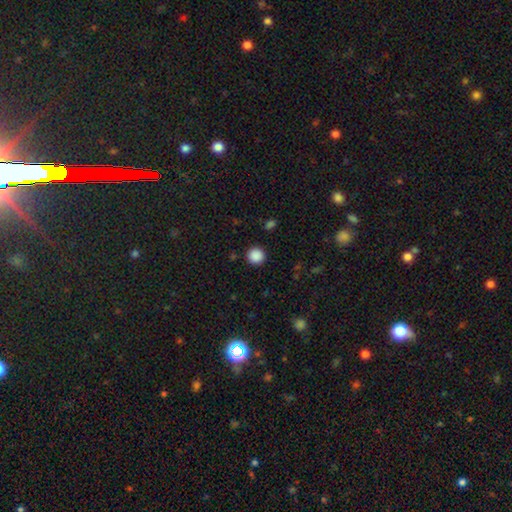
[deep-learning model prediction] Smooth or featured: smooth — 88% (star or artifact — 10%)
How rounded: round — 95% (in between — 5%)
Merging: none — 91% (minor disturbance — 5%)